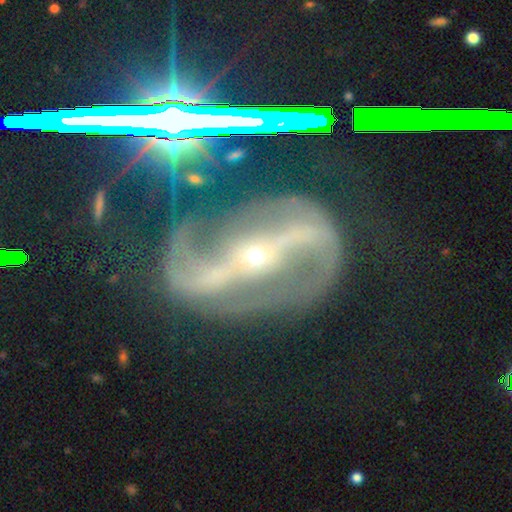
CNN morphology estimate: The model was most divided on "spiral winding": medium: 48%, loose: 32%, tight: 20%. More confident: edge-on disk — no (96%); spiral arm count — 2 (91%); spiral arms — yes (88%); smooth or featured — featured or disk (87%); bulge size — small (71%); bar — strong (69%); merging — none (60%).